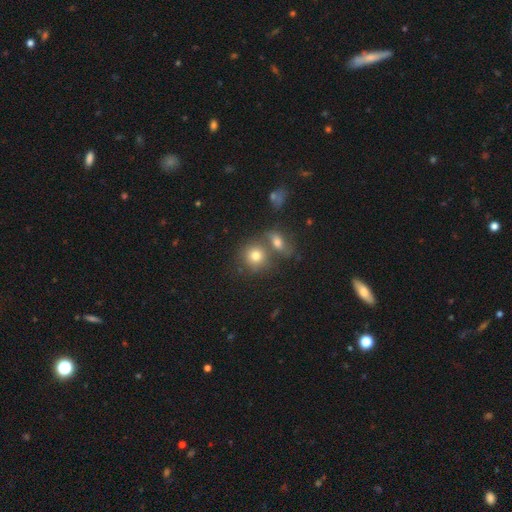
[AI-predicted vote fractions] Morphology: type=smooth (77%); roundness=round (79%); merging=none (48%).